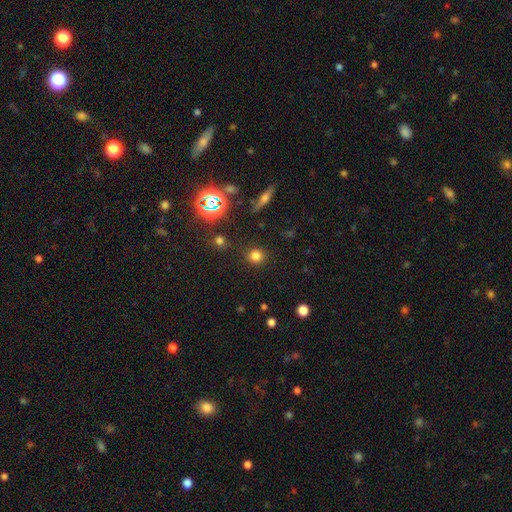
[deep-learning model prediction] smooth-or-featured: smooth: 76% | star or artifact: 18% | featured or disk: 6%
  how-rounded: round: 88% | in between: 11% | cigar-shaped: 1%
  merging: none: 88% | minor disturbance: 7% | major disturbance: 3% | merger: 2%